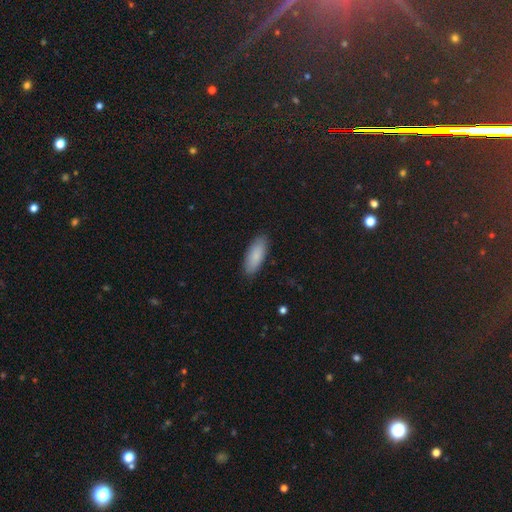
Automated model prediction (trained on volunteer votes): This appears to be a smooth galaxy with no disk features (86%) that is in between round and cigar-shaped (73%). Merging: none (88%).